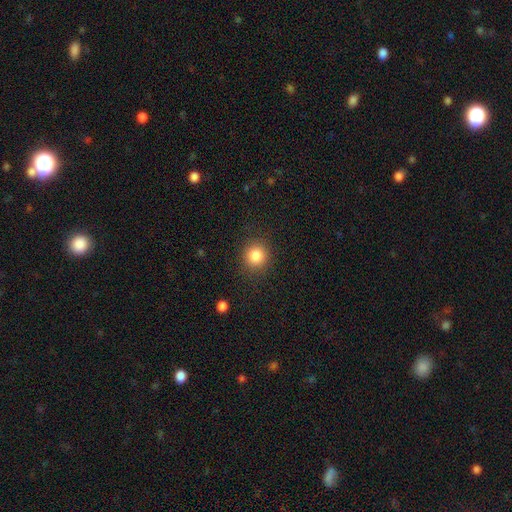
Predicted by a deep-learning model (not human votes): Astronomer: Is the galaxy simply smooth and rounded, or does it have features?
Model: smooth — 85%.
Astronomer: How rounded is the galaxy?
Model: round — 90%.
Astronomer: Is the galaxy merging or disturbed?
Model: none — 89%.